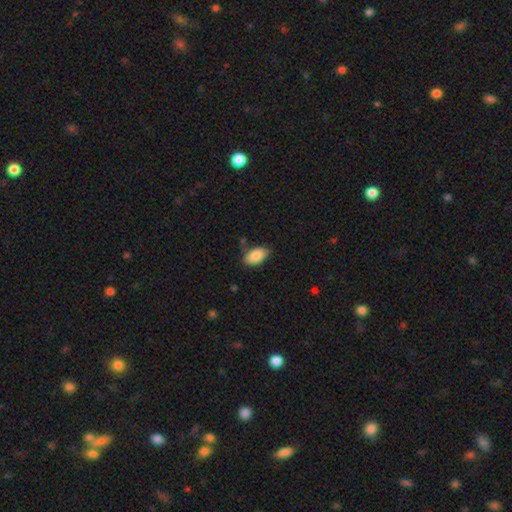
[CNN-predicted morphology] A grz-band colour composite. It shows a smooth galaxy with no disk features (87%) that is in between round and cigar-shaped (94%). Merging: none (78%).